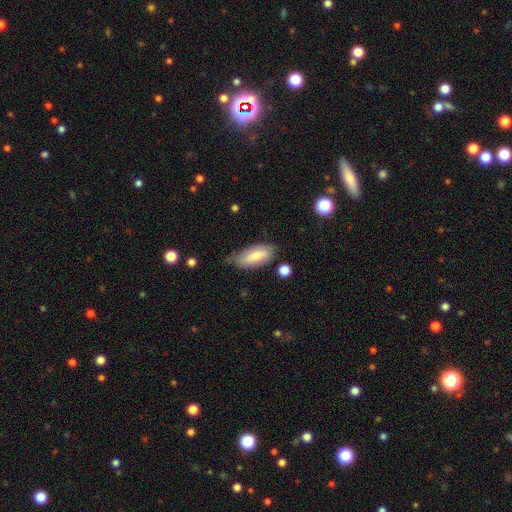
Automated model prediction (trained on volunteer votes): A smooth galaxy with no disk features (75%) that is in between round and cigar-shaped (83%).

Vote fractions:
- Smooth or featured? smooth: 75% / featured or disk: 19% / star or artifact: 6%
- How rounded? in between: 83% / cigar-shaped: 15% / round: 2%
- Merging? none: 62% / minor disturbance: 29% / major disturbance: 6% / merger: 3%